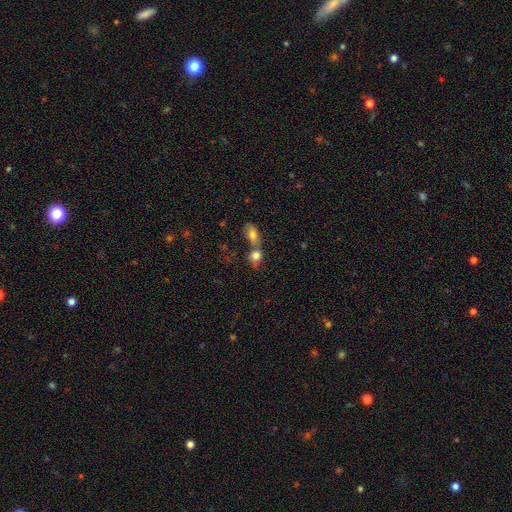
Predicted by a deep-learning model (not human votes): Q: Smooth or featured?
A: smooth (80%); runner-up: featured or disk (10%)
Q: How rounded?
A: round (53%); runner-up: in between (44%)
Q: Merging?
A: merger (54%); runner-up: none (33%)